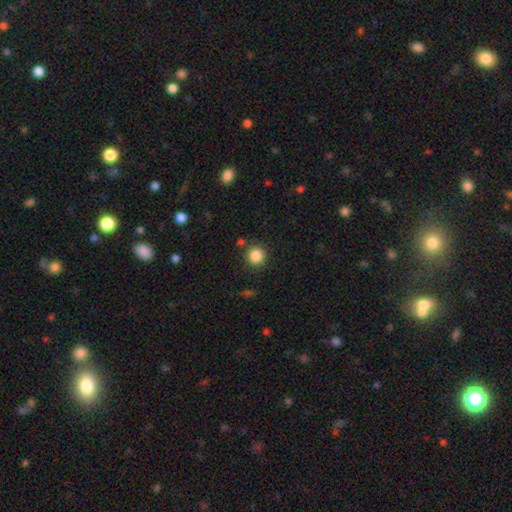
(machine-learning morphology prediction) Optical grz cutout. It shows a smooth galaxy with no disk features (86%) that is round (94%). Merging: none (86%).